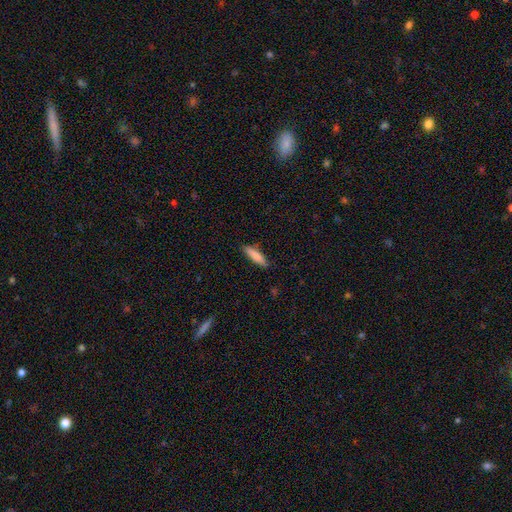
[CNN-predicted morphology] Smooth or featured? smooth (85%)
How rounded? cigar-shaped (69%)
Merging? none (85%)